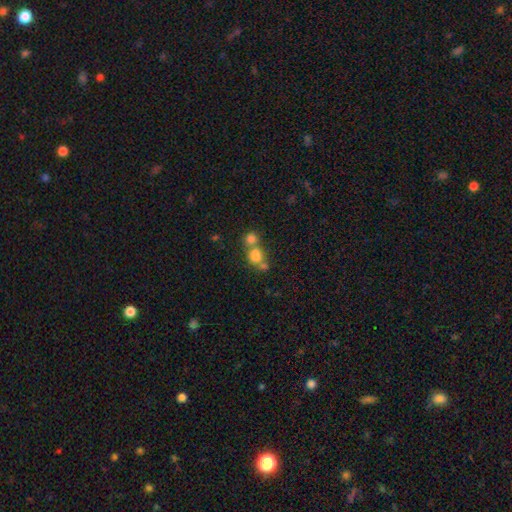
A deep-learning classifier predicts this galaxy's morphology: This is likely a smooth galaxy (75%). How rounded: likely round (70%). Merging: possibly merger (52%).